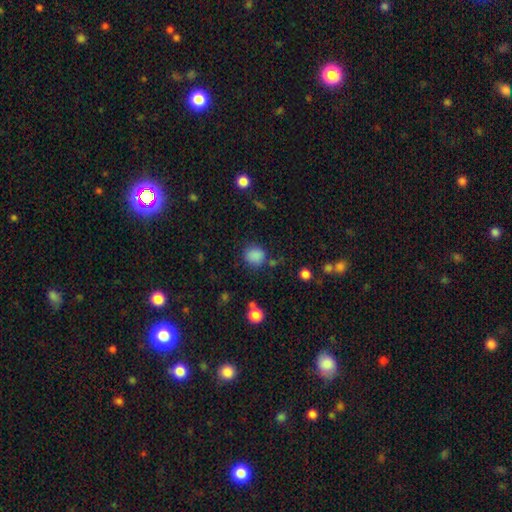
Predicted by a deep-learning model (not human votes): smooth-or-featured: smooth: 84% | star or artifact: 12% | featured or disk: 4%
  how-rounded: round: 77% | in between: 22% | cigar-shaped: 1%
  merging: none: 76% | minor disturbance: 15% | major disturbance: 5% | merger: 4%